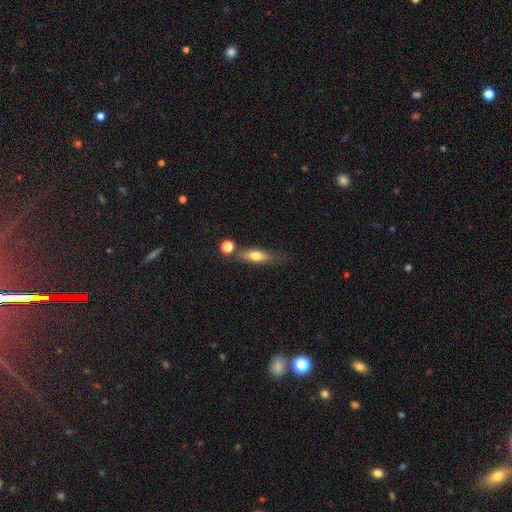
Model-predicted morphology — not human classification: type=smooth (64%); roundness=in between (48%); merging=none (61%).